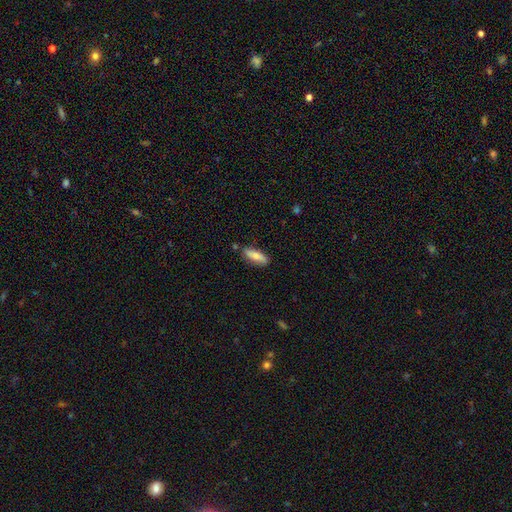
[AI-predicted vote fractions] This appears to be a smooth galaxy with no disk features (74%) that is in between round and cigar-shaped (57%). Merging: none (79%).